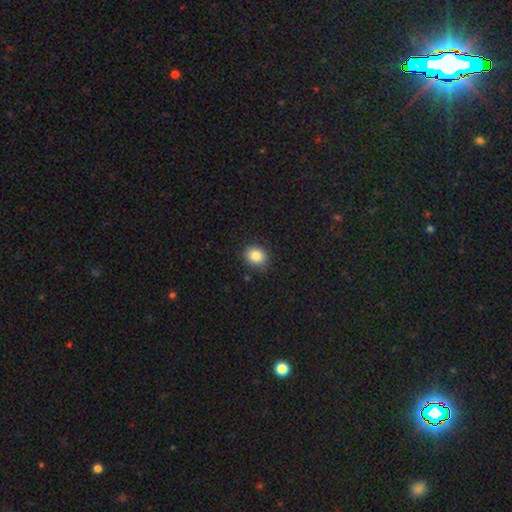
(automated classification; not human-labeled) This is clearly a smooth galaxy (86%). How rounded: likely round (71%). Merging: clearly none (83%).